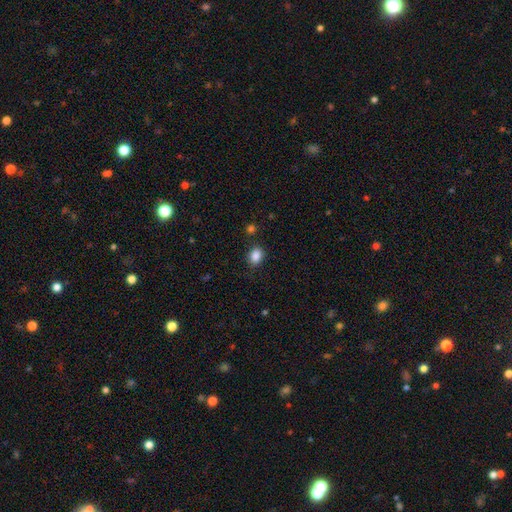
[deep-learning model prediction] This appears to be a smooth galaxy with no disk features (87%) that is in between round and cigar-shaped (57%). Merging: none (81%).